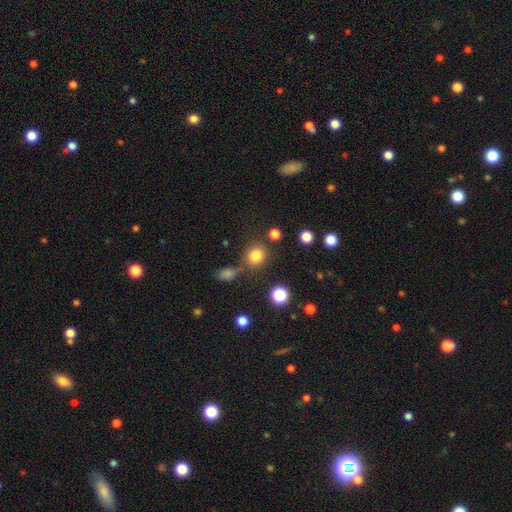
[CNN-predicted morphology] Smooth or featured? smooth (80%)
How rounded? round (83%)
Merging? none (73%)